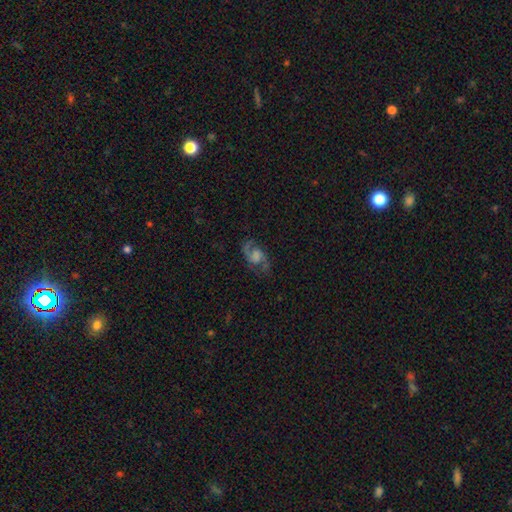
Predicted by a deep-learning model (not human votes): Overall: featured or disk (78%). Edge-on disk: no (96%). Bar: no (51%; weak 41%). Spiral arms: yes (95%). Spiral arm count: 2 (91%). Spiral winding: medium (48%; loose 40%). Bulge size: moderate (32%; large 23%). Merging: none (77%).